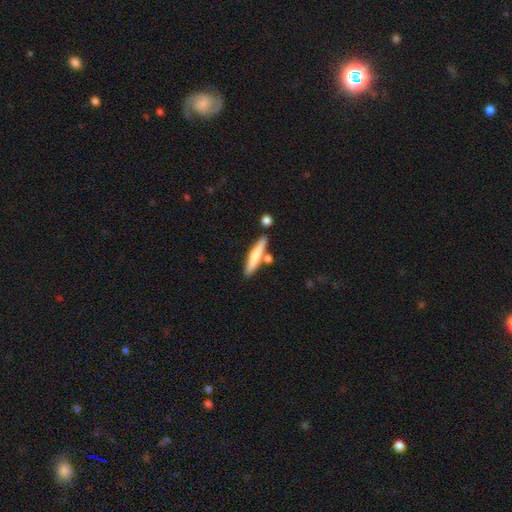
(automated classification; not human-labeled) The model was most divided on "smooth or featured": smooth: 65%, featured or disk: 29%, star or artifact: 5%. More confident: how rounded — cigar-shaped (86%); merging — none (78%).